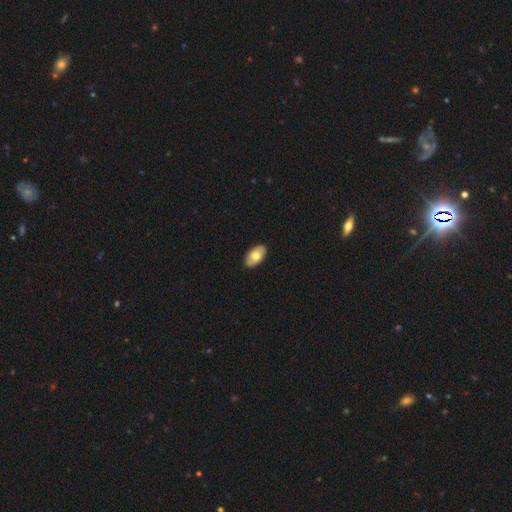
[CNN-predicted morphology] smooth_or_featured: smooth (p=0.67) [alt: featured or disk p=0.27]
how_rounded: in between (p=0.94) [alt: round p=0.04]
merging: none (p=0.89) [alt: minor disturbance p=0.08]